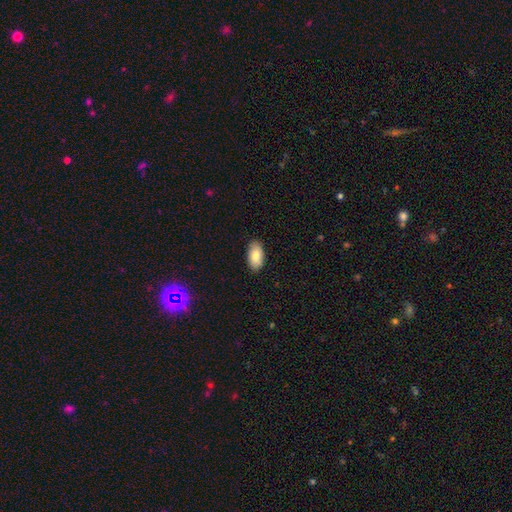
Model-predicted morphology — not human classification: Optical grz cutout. It shows a smooth galaxy with no disk features (80%) that is in between round and cigar-shaped (94%). Merging: none (88%).